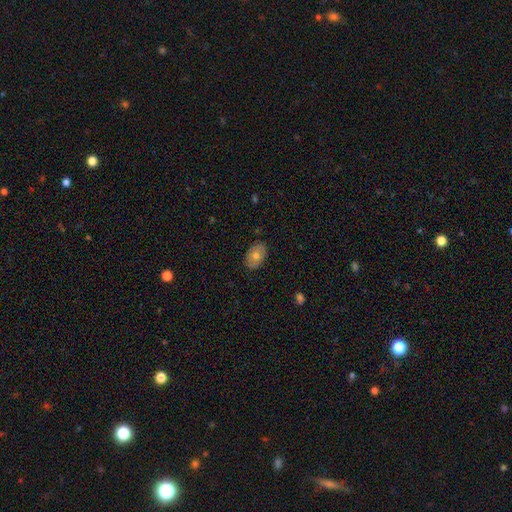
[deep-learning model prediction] The model was most divided on "smooth or featured": smooth: 63%, featured or disk: 29%, star or artifact: 8%. More confident: merging — none (85%); how rounded — in between (84%).